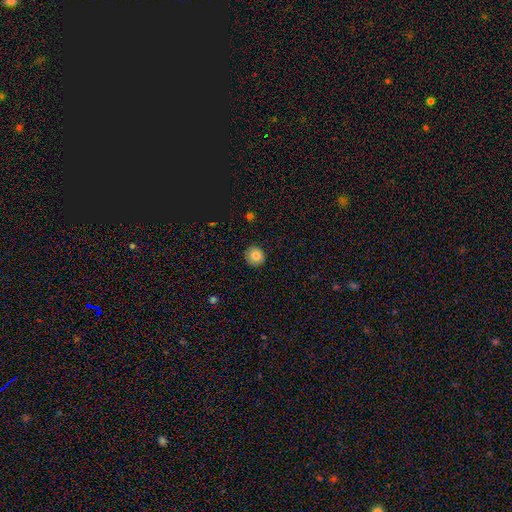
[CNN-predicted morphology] smooth-or-featured: smooth: 81% | featured or disk: 9% | star or artifact: 9%
  how-rounded: round: 91% | in between: 8% | cigar-shaped: 1%
  merging: none: 86% | minor disturbance: 11% | major disturbance: 2% | merger: 1%